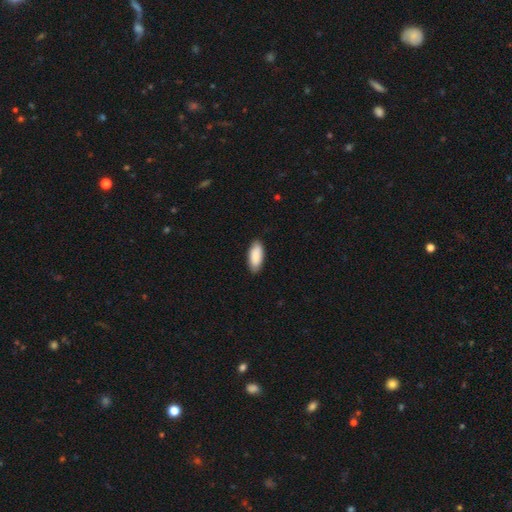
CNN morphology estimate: smooth-or-featured: smooth: 88% | featured or disk: 7% | star or artifact: 5%
  how-rounded: in between: 87% | cigar-shaped: 11% | round: 2%
  merging: none: 86% | minor disturbance: 11% | major disturbance: 2% | merger: 1%